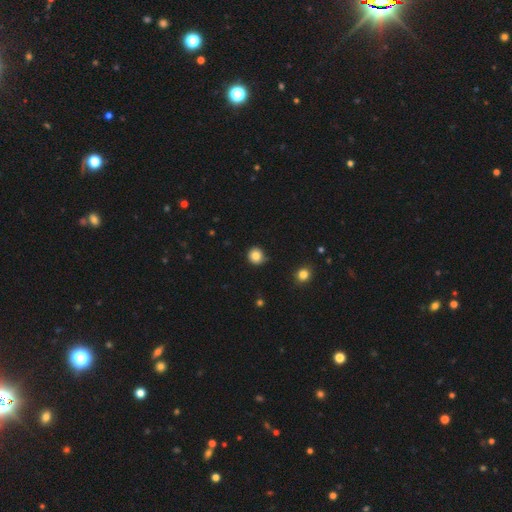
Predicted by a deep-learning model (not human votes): A smooth galaxy with no disk features (84%) that is round (92%). Merging: none (84%).